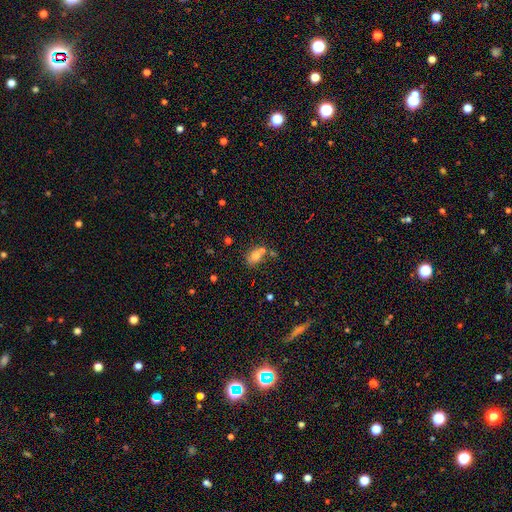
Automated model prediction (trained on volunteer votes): Q: Smooth or featured?
A: smooth (71%); runner-up: featured or disk (16%)
Q: How rounded?
A: in between (61%); runner-up: round (37%)
Q: Merging?
A: none (42%); runner-up: merger (37%)